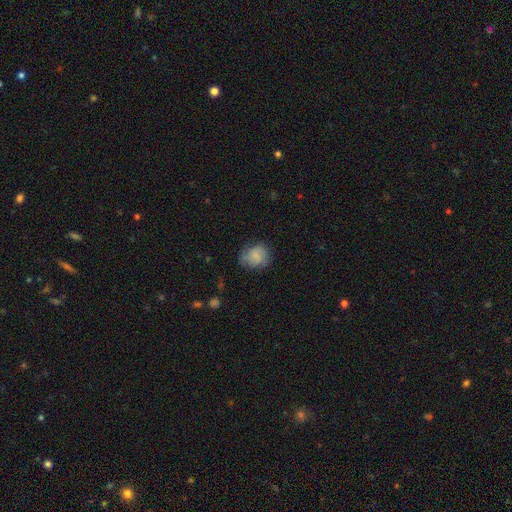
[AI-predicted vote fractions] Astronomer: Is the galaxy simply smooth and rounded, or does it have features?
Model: smooth — 79%.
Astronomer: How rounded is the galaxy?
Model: round — 64%.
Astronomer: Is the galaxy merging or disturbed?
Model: none — 64%.